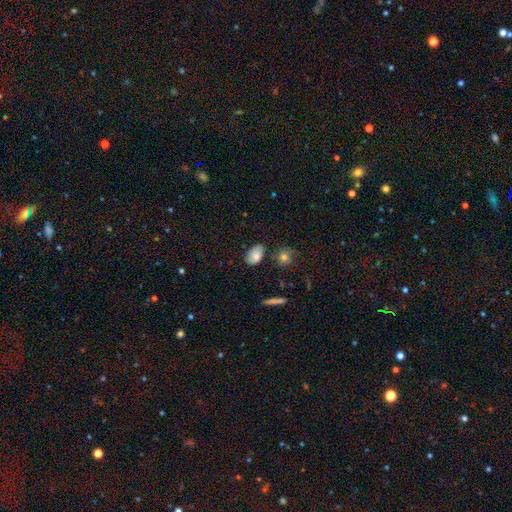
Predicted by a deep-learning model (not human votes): This is clearly a smooth galaxy (80%). How rounded: clearly in between (89%). Merging: likely none (71%).